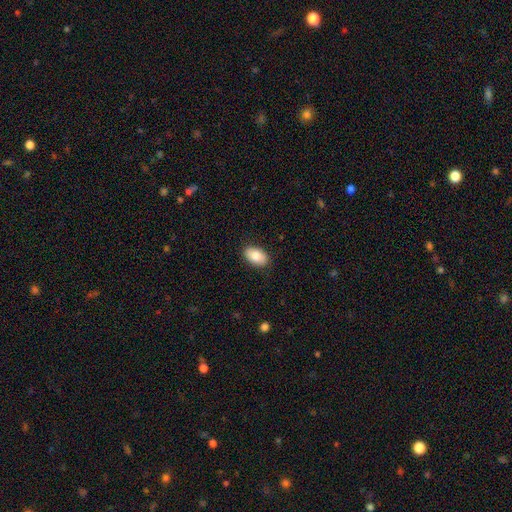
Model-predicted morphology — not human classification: This is clearly a smooth galaxy (82%). How rounded: clearly in between (91%). Merging: clearly none (87%).